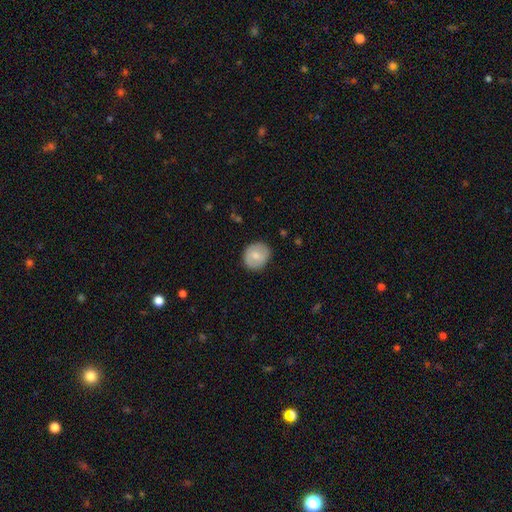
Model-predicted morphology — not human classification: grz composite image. It shows a smooth galaxy with no disk features (71%) that is round (78%). Merging: none (85%).